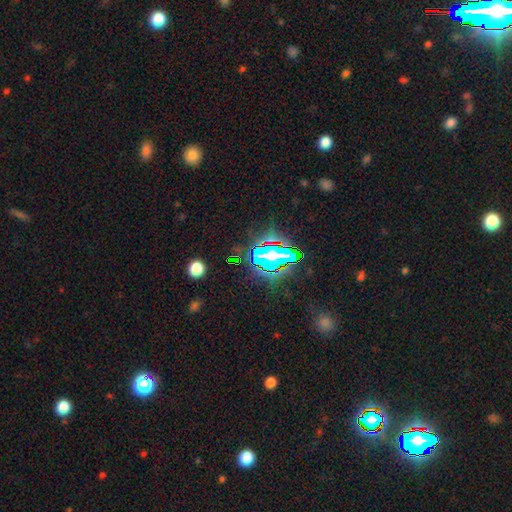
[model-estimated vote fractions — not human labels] Morphology: type=star or artifact (70%).